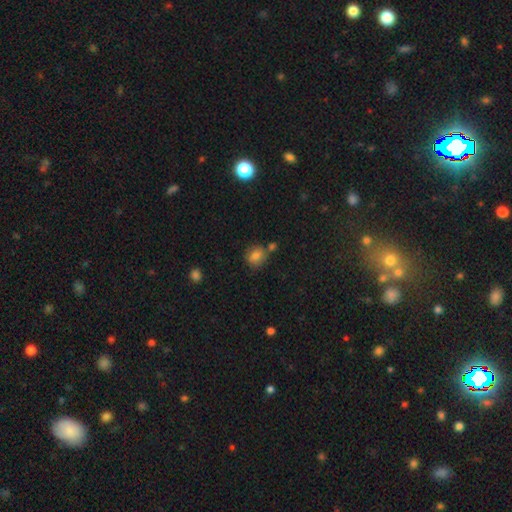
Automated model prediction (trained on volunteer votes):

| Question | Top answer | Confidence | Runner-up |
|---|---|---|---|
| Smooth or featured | smooth | 81% | star or artifact (12%) |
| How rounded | round | 73% | in between (26%) |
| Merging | none | 68% | merger (14%) |